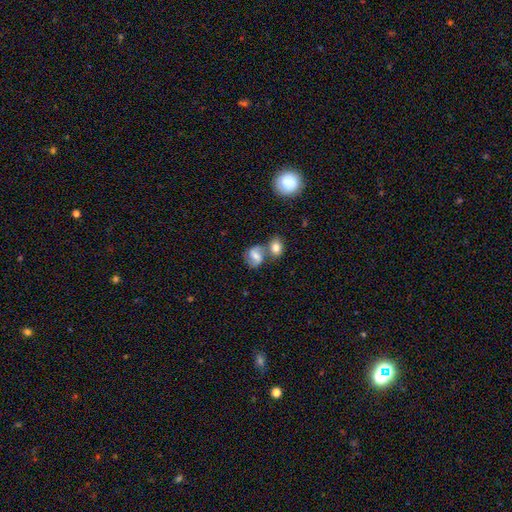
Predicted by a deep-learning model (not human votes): The model was most divided on "merging": none: 44%, merger: 39%, minor disturbance: 12%, major disturbance: 5%. More confident: edge-on disk — no (97%); smooth or featured — featured or disk (50%).